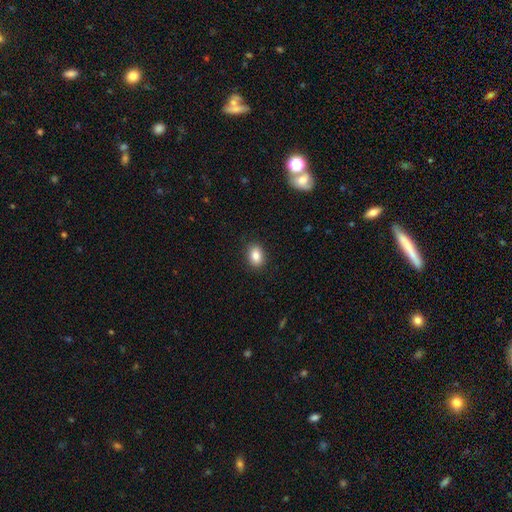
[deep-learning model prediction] Smooth or featured: smooth — 86% (star or artifact — 8%)
How rounded: in between — 75% (round — 24%)
Merging: none — 89% (minor disturbance — 8%)